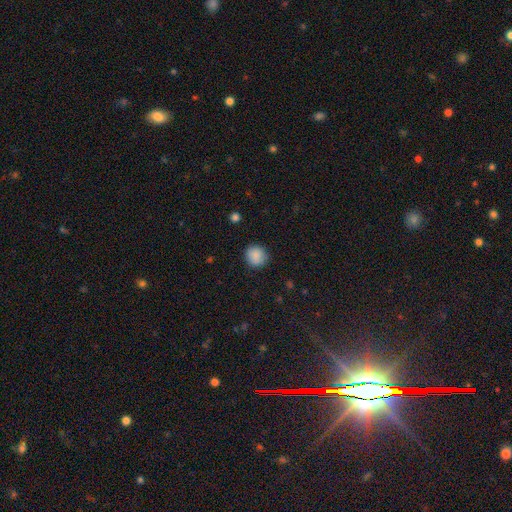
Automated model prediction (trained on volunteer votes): Smooth or featured? Predicted: smooth (p=0.88). How rounded? Predicted: round (p=0.89). Merging? Predicted: none (p=0.88).